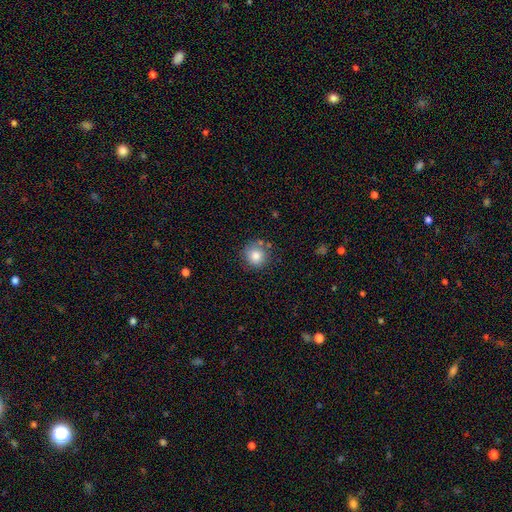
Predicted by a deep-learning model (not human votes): This appears to be a smooth galaxy with no disk features (82%) that is round (91%). Merging: none (78%).